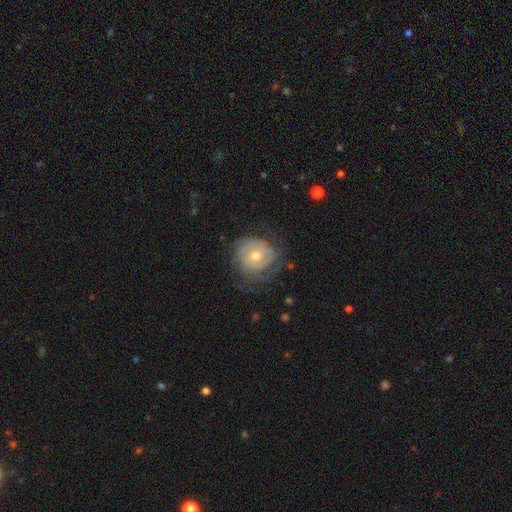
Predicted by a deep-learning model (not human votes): Morphology: type=featured or disk (71%); edge-on=no (97%); bar=no (66%); spiral arms=yes (84%); winding=tight (67%); arm count=can't tell (41%); bulge=moderate (65%); merging=none (64%).